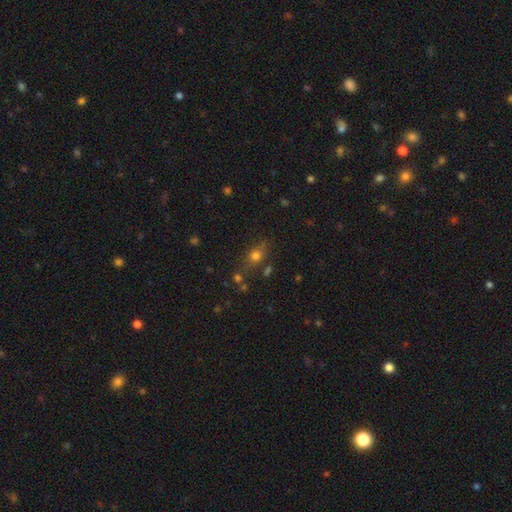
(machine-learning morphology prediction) Smooth or featured? smooth (66%)
How rounded? round (52%)
Merging? none (67%)